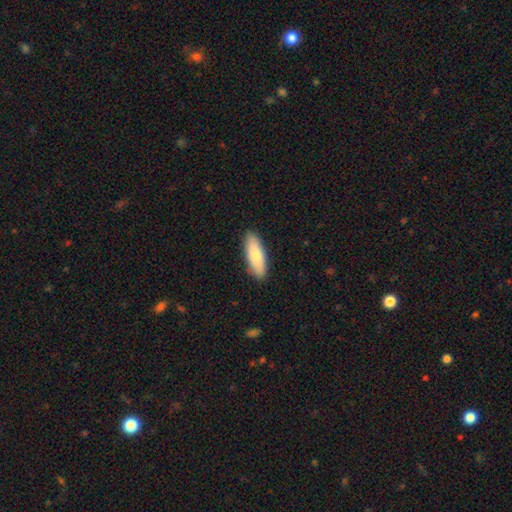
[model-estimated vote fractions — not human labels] The model was most divided on "how rounded": in between: 55%, cigar-shaped: 43%, round: 2%. More confident: merging — none (89%); smooth or featured — smooth (80%).